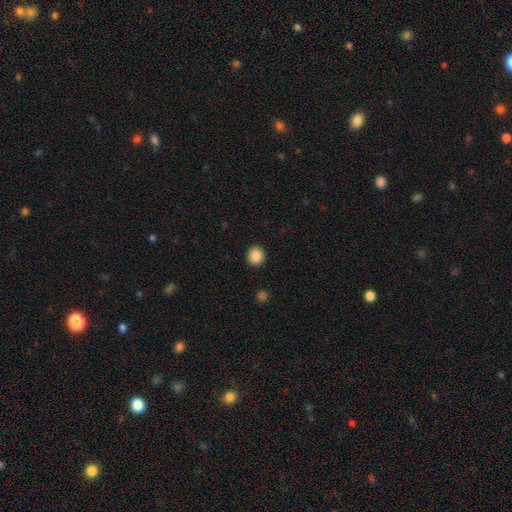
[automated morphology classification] smooth 88%, star or artifact 9%, featured or disk 3%. Down the decision tree: how rounded — round (87%); merging — none (92%).